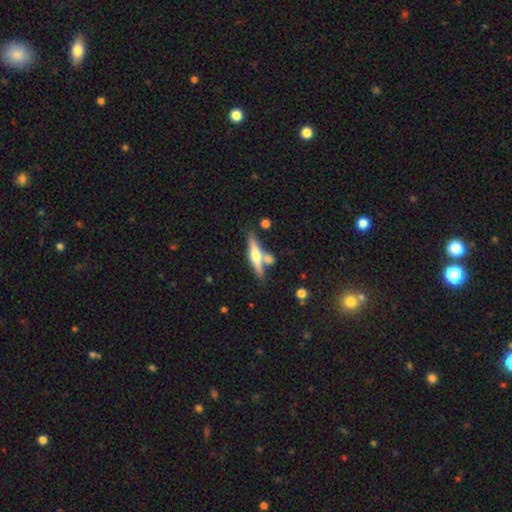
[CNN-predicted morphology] Q: Smooth or featured?
A: featured or disk (60%); runner-up: smooth (34%)
Q: Edge-on disk?
A: yes (95%); runner-up: no (5%)
Q: Edge-on bulge?
A: rounded (90%); runner-up: boxy (5%)
Q: Merging?
A: none (66%); runner-up: merger (19%)